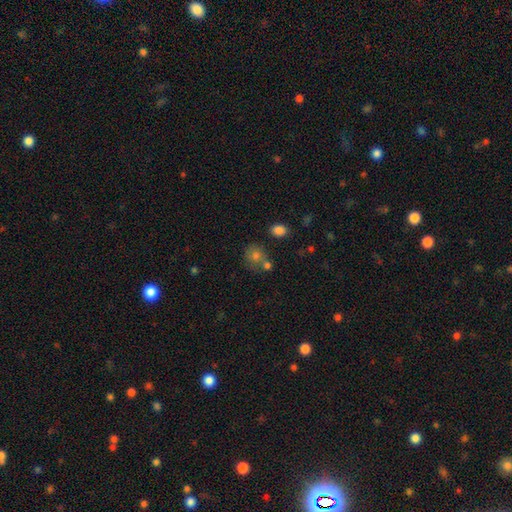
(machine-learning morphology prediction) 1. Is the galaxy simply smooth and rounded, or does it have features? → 73% smooth, 14% featured or disk, 13% star or artifact.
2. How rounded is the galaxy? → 68% round, 31% in between, 1% cigar-shaped.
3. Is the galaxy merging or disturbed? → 51% none, 28% merger, 14% minor disturbance, 6% major disturbance.